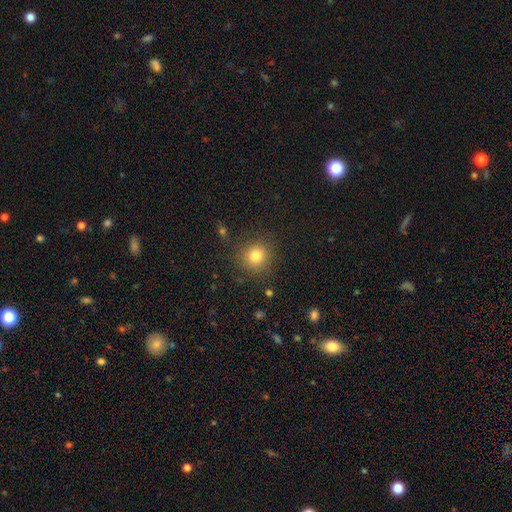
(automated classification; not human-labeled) smooth 80%, star or artifact 13%, featured or disk 7%. Down the decision tree: how rounded — round (90%); merging — none (85%).